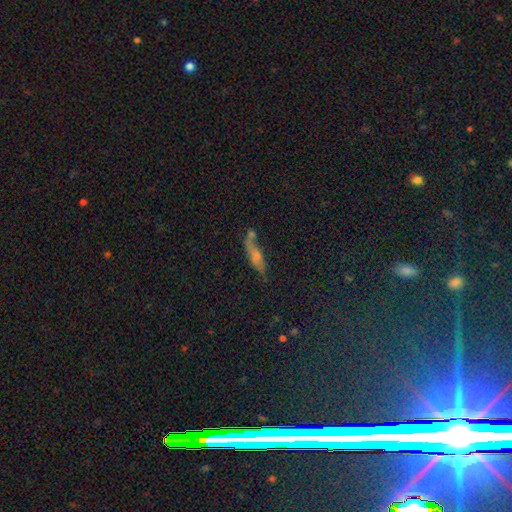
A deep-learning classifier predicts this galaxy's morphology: type=smooth (53%); roundness=cigar-shaped (56%); merging=none (44%).